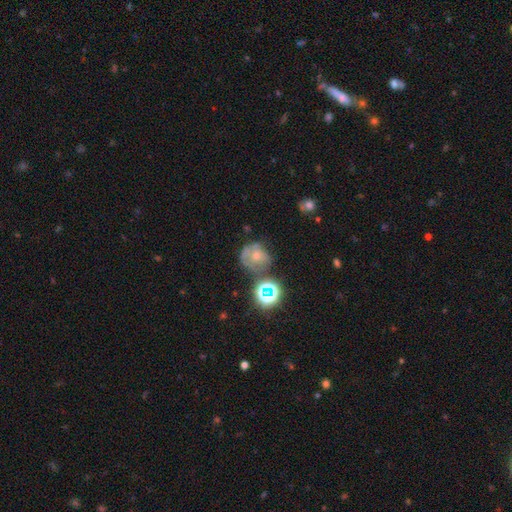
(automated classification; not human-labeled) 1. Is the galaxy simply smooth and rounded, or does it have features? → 50% smooth, 30% featured or disk, 20% star or artifact.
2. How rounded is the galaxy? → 78% round, 21% in between, 1% cigar-shaped.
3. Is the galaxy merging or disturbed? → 44% none, 26% minor disturbance, 17% major disturbance, 13% merger.